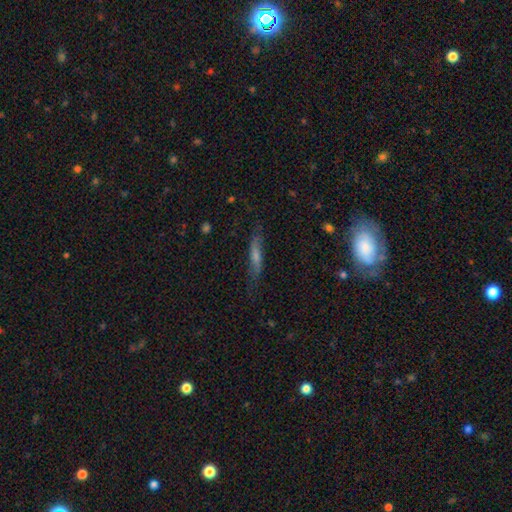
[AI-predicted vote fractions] smooth_or_featured: featured or disk (p=0.48) [alt: smooth p=0.40]
merging: none (p=0.73) [alt: minor disturbance p=0.20]